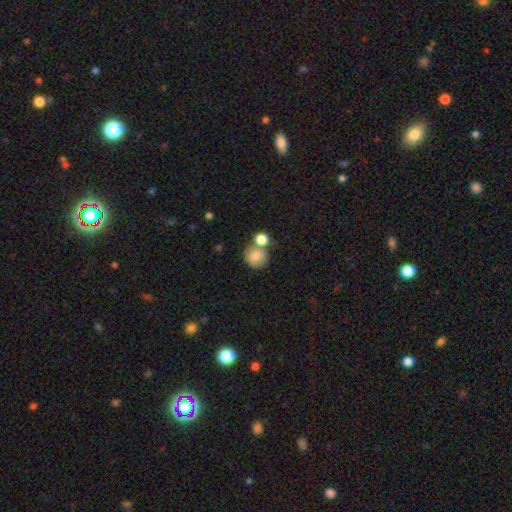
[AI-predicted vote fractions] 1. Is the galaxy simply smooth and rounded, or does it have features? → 81% smooth, 10% featured or disk, 9% star or artifact.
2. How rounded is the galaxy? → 83% round, 16% in between, 1% cigar-shaped.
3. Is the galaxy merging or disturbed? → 48% none, 35% merger, 12% minor disturbance, 5% major disturbance.